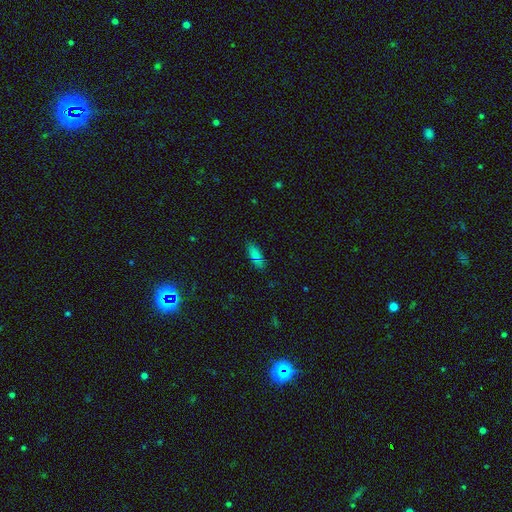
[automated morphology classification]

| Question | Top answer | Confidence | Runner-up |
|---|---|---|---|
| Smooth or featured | smooth | 79% | star or artifact (13%) |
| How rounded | in between | 76% | cigar-shaped (22%) |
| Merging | none | 81% | minor disturbance (13%) |